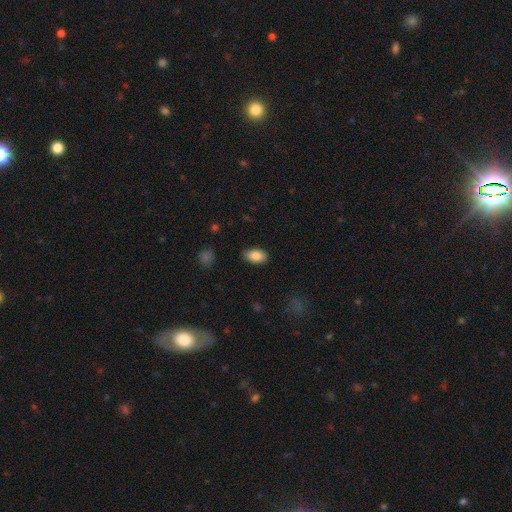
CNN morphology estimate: smooth_or_featured: smooth (p=0.85) [alt: star or artifact p=0.08]
how_rounded: in between (p=0.92) [alt: round p=0.06]
merging: none (p=0.81) [alt: minor disturbance p=0.15]